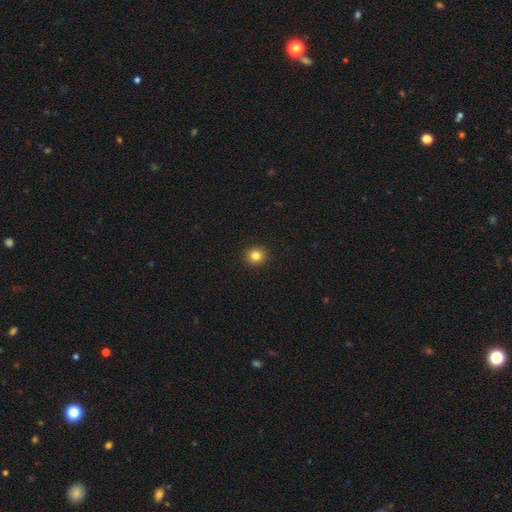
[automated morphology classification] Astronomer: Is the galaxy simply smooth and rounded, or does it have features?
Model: smooth — 83%.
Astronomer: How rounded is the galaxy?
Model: round — 87%.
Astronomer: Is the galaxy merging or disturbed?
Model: none — 93%.